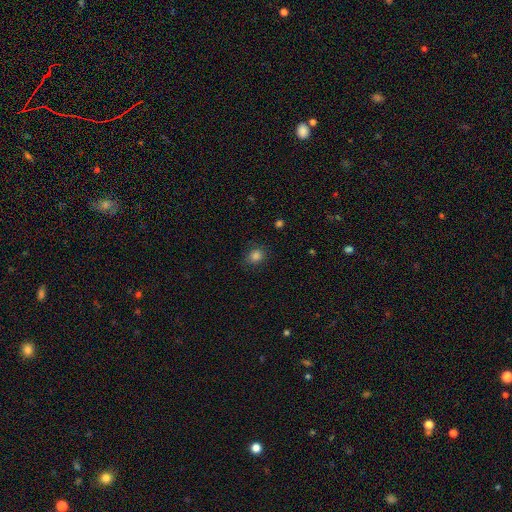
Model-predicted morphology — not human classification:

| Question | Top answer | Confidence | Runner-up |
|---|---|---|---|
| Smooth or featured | smooth | 83% | star or artifact (12%) |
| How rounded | round | 63% | in between (36%) |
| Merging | none | 82% | minor disturbance (13%) |